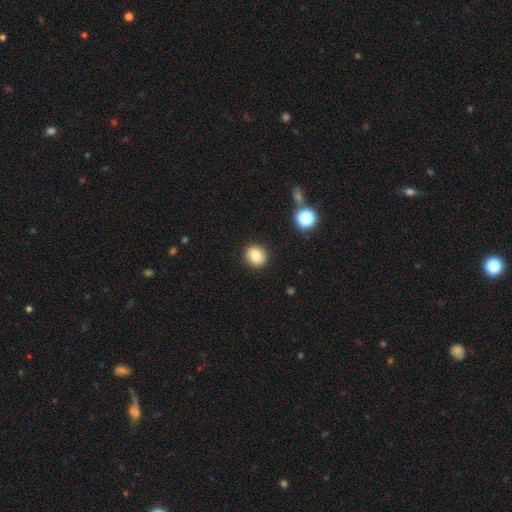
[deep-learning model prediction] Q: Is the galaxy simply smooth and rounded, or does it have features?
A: smooth — 81%.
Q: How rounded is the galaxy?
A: round — 84%.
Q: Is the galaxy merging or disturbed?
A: none — 89%.